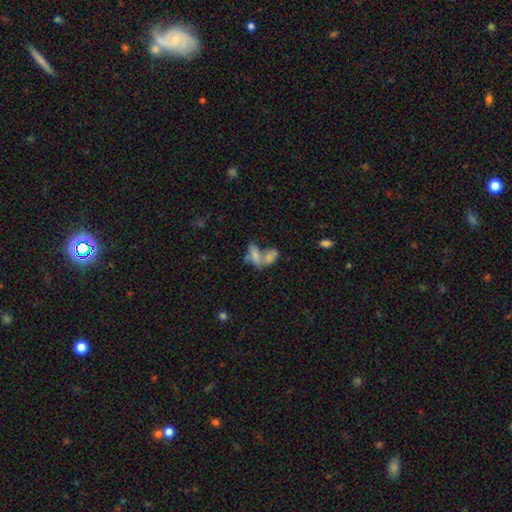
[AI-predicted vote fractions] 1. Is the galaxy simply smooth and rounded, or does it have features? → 68% smooth, 21% featured or disk, 11% star or artifact.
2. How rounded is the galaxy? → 86% in between, 7% cigar-shaped, 7% round.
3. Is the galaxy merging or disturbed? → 70% merger, 17% none, 7% minor disturbance, 7% major disturbance.